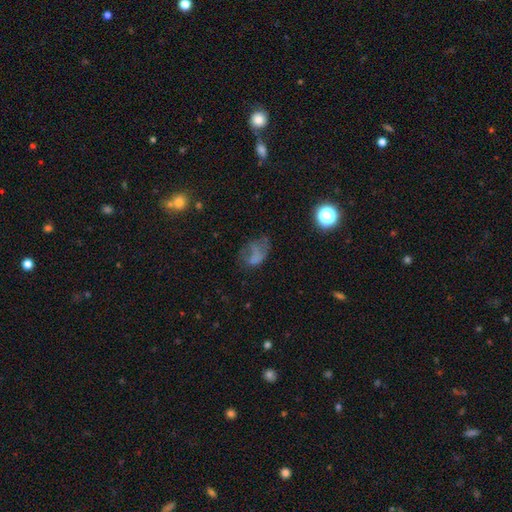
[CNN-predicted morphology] Overall: smooth (48%; featured or disk 31%). Merging: major disturbance (36%, tied with none).